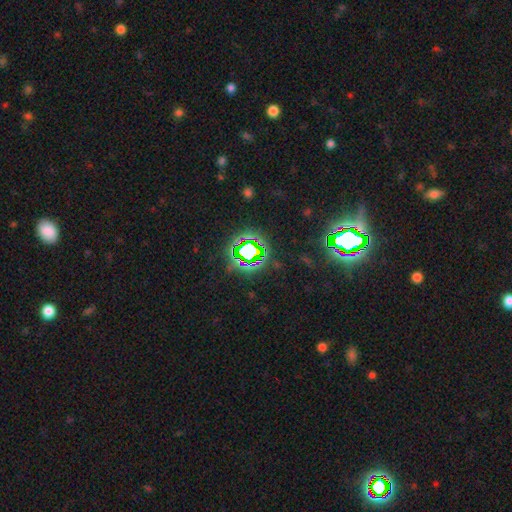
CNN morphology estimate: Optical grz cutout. It shows a star or artifact, not a galaxy (81%).